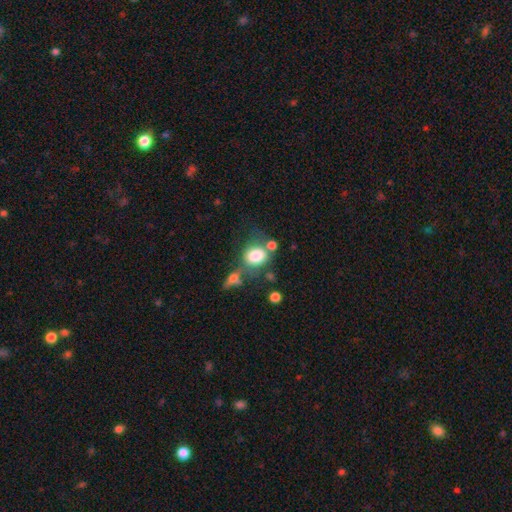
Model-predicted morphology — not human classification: A smooth galaxy with no disk features (78%) that is round (50%).

Vote fractions:
- Smooth or featured? smooth: 78% / featured or disk: 12% / star or artifact: 10%
- How rounded? round: 50% / in between: 49% / cigar-shaped: 1%
- Merging? none: 49% / merger: 25% / minor disturbance: 17% / major disturbance: 9%